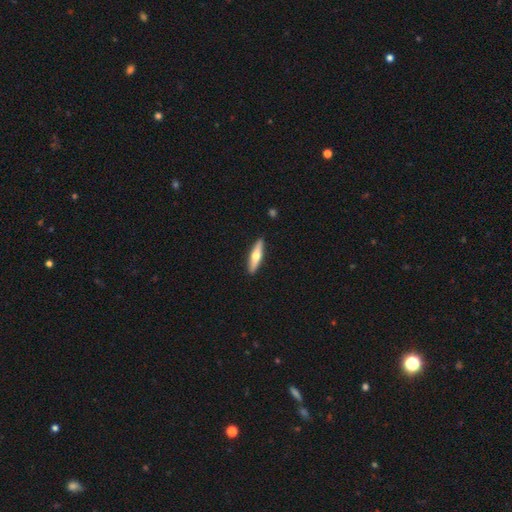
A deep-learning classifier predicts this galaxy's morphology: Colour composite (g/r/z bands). It shows a featured or disk galaxy (51%) viewed edge-on (92%). Merging: none (91%).